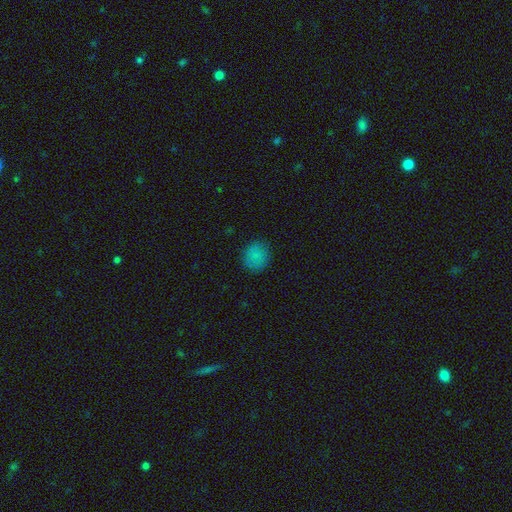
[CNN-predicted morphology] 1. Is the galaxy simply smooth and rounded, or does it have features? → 83% smooth, 12% star or artifact, 5% featured or disk.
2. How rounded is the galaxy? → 78% round, 21% in between, 1% cigar-shaped.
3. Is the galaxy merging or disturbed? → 84% none, 12% minor disturbance, 3% major disturbance, 1% merger.